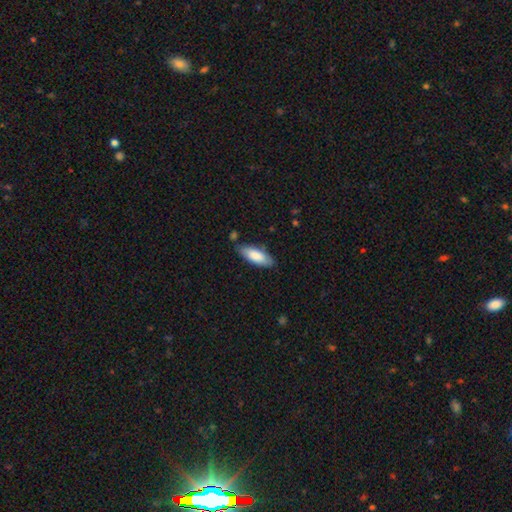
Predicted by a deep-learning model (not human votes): A smooth galaxy with no disk features (83%) that is in between round and cigar-shaped (71%).

Vote fractions:
- Smooth or featured? smooth: 83% / featured or disk: 12% / star or artifact: 5%
- How rounded? in between: 71% / cigar-shaped: 27% / round: 2%
- Merging? none: 78% / minor disturbance: 16% / merger: 3% / major disturbance: 3%